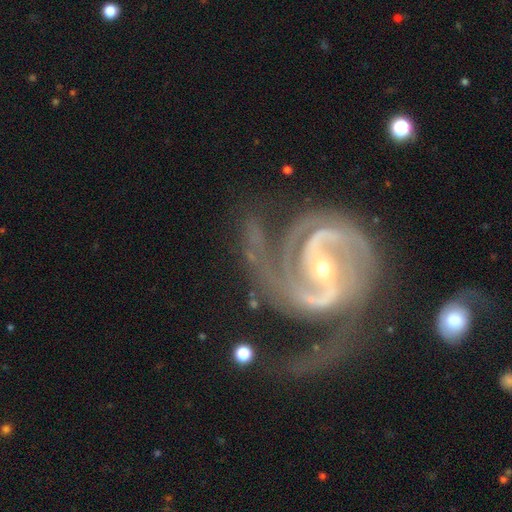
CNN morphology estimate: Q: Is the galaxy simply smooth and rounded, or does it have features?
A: featured or disk — 93%.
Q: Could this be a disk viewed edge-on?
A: no — 98%.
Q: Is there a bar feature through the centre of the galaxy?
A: strong — 38%.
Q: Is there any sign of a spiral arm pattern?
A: yes — 99%.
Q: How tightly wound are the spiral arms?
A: medium — 49%.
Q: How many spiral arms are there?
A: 2 — 56%.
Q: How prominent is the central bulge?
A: small — 75%.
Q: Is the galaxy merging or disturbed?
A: none — 46%.